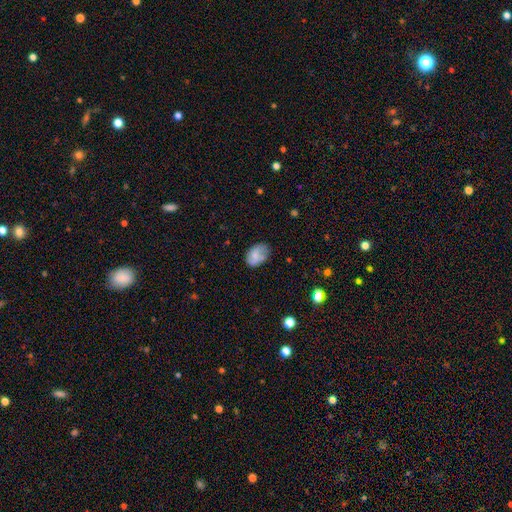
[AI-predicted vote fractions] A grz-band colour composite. It shows a smooth galaxy with no disk features (71%) that is in between round and cigar-shaped (82%). Merging: none (57%).